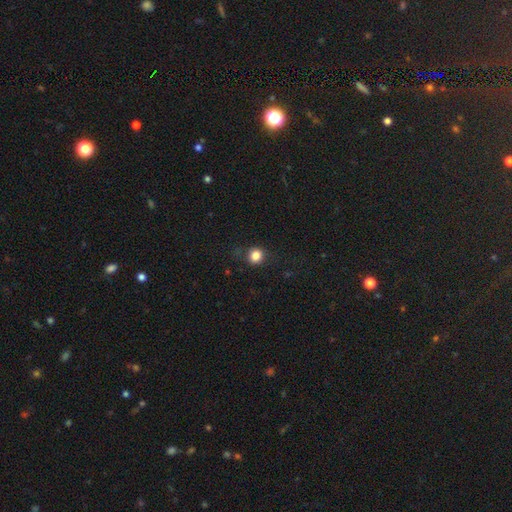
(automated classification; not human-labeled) Smooth or featured? Predicted: smooth (p=0.83). How rounded? Predicted: round (p=0.86). Merging? Predicted: none (p=0.83).